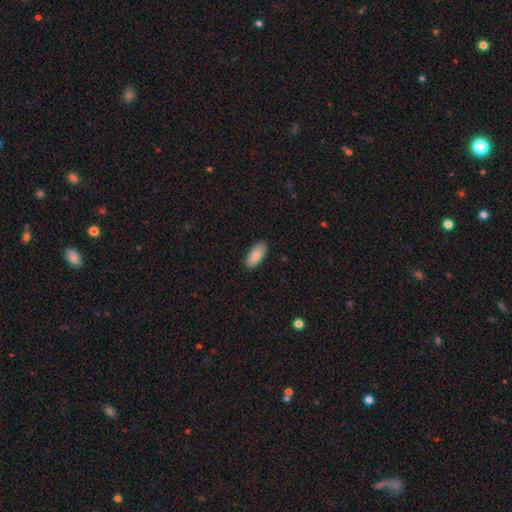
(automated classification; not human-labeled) smooth-or-featured: smooth: 88% | star or artifact: 6% | featured or disk: 6%
  how-rounded: in between: 88% | cigar-shaped: 10% | round: 2%
  merging: none: 88% | minor disturbance: 9% | major disturbance: 2% | merger: 1%